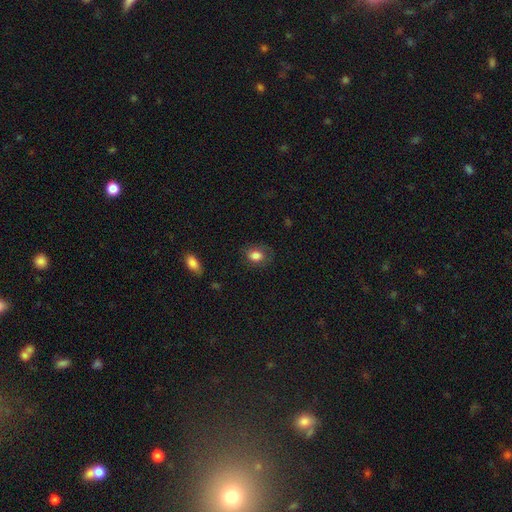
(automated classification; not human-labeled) Smooth or featured?
  - smooth: 81% *
  - featured or disk: 10%
  - star or artifact: 9%
How rounded?
  - in between: 56% *
  - round: 43%
  - cigar-shaped: 1%
Merging?
  - none: 67% *
  - minor disturbance: 21%
  - major disturbance: 11%
  - merger: 1%